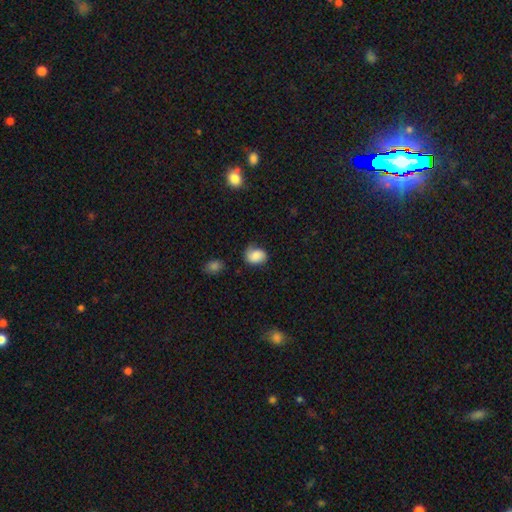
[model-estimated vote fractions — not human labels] This appears to be a smooth galaxy with no disk features (76%) that is in between round and cigar-shaped (56%). Merging: none (58%).